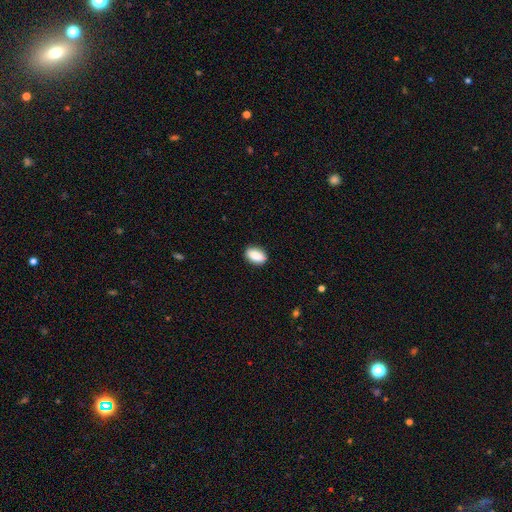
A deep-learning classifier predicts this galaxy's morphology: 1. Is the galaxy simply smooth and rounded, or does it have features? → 88% smooth, 7% star or artifact, 5% featured or disk.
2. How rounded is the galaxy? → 89% in between, 8% round, 3% cigar-shaped.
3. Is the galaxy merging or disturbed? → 88% none, 9% minor disturbance, 2% major disturbance, 1% merger.